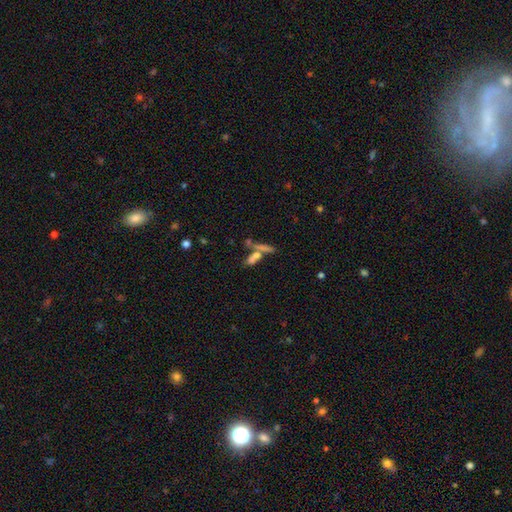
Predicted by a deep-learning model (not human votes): Smooth or featured: smooth — 55% (featured or disk — 29%)
How rounded: cigar-shaped — 68% (in between — 26%)
Merging: none — 46% (merger — 40%)